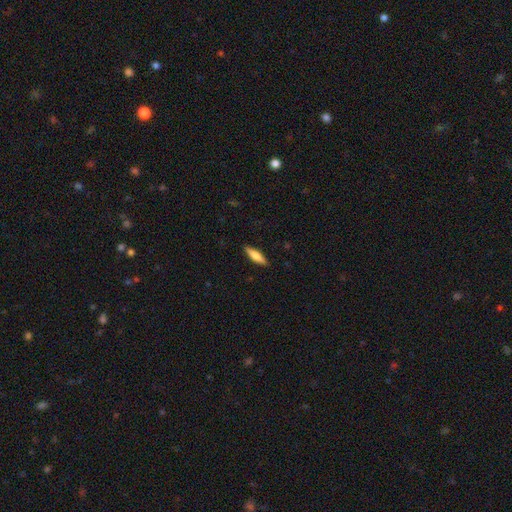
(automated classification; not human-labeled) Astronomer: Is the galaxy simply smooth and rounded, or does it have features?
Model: smooth — 62%.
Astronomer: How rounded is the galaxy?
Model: cigar-shaped — 66%.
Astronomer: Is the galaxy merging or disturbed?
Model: none — 89%.